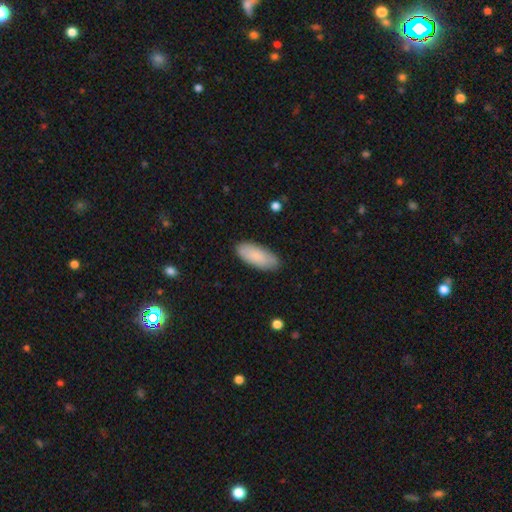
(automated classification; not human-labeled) Smooth or featured? Predicted: smooth (p=0.87). How rounded? Predicted: in between (p=0.85). Merging? Predicted: none (p=0.86).